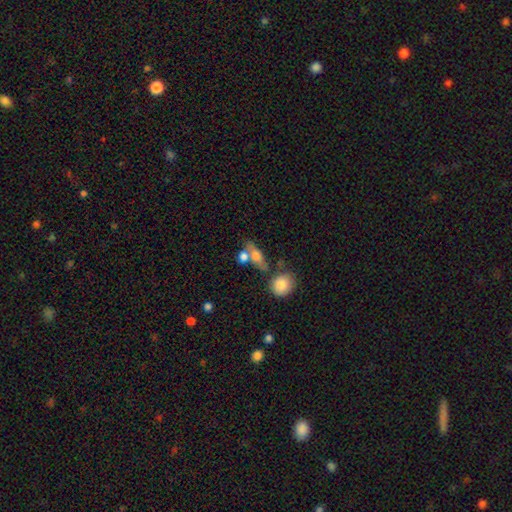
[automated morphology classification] smooth 65%, featured or disk 25%, star or artifact 10%. Down the decision tree: how rounded — in between (63%); merging — none (45%).